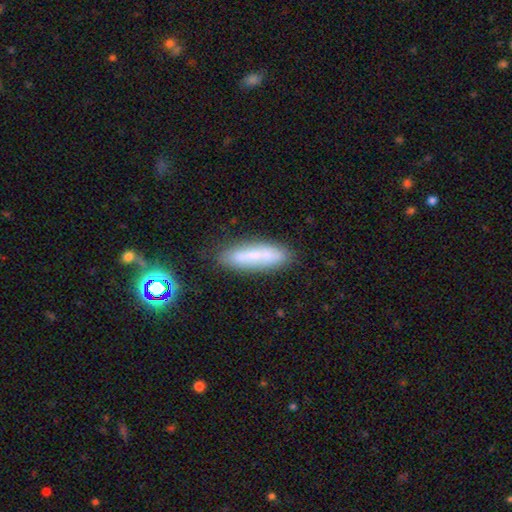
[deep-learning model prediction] Q: Smooth or featured?
A: smooth (65%); runner-up: featured or disk (24%)
Q: How rounded?
A: cigar-shaped (64%); runner-up: in between (34%)
Q: Merging?
A: none (75%); runner-up: minor disturbance (16%)